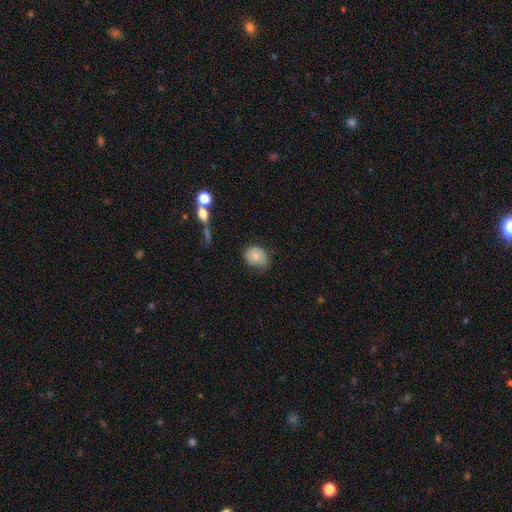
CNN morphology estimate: A smooth galaxy with no disk features (78%) that is round (55%).

Vote fractions:
- Smooth or featured? smooth: 78% / featured or disk: 13% / star or artifact: 9%
- How rounded? round: 55% / in between: 44% / cigar-shaped: 1%
- Merging? none: 51% / minor disturbance: 35% / major disturbance: 11% / merger: 3%